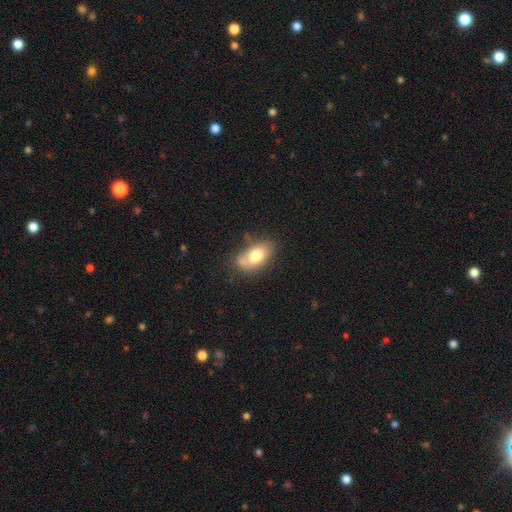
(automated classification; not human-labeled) This is likely a smooth galaxy (74%). How rounded: clearly in between (88%). Merging: possibly none (49%).